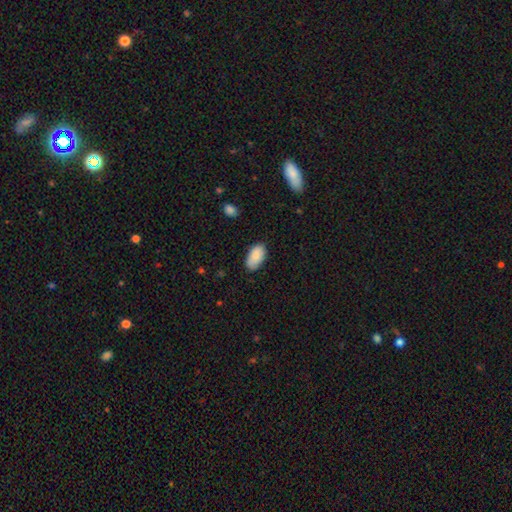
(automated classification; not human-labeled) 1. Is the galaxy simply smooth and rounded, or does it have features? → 87% smooth, 7% star or artifact, 6% featured or disk.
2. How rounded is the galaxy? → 95% in between, 3% round, 3% cigar-shaped.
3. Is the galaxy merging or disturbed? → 78% none, 18% minor disturbance, 3% major disturbance, 1% merger.